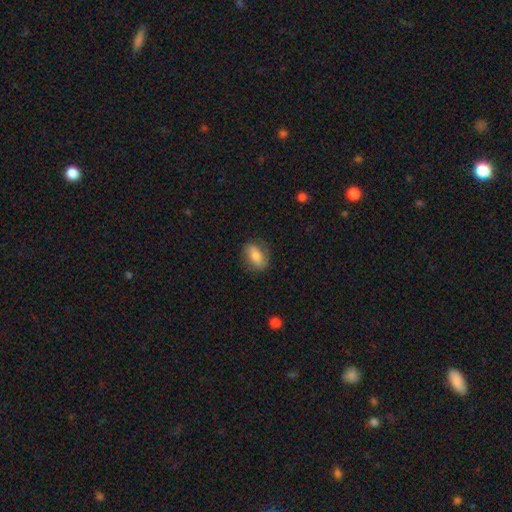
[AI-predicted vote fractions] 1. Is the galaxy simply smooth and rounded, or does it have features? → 69% smooth, 24% featured or disk, 7% star or artifact.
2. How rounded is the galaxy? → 80% in between, 13% round, 7% cigar-shaped.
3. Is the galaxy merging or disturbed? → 79% none, 15% minor disturbance, 4% major disturbance, 1% merger.